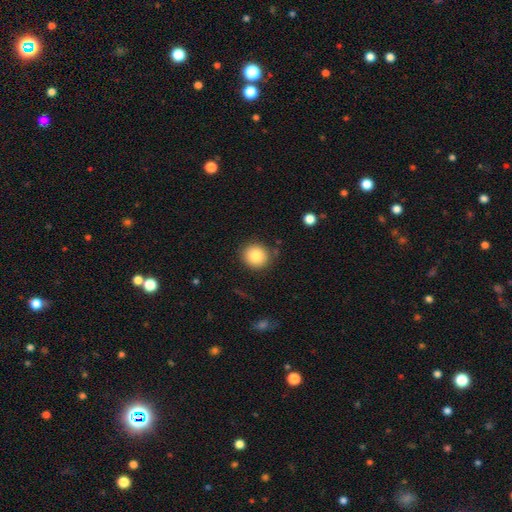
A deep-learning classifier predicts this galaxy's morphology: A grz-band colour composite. It shows a smooth galaxy with no disk features (84%) that is round (87%). Merging: none (86%).